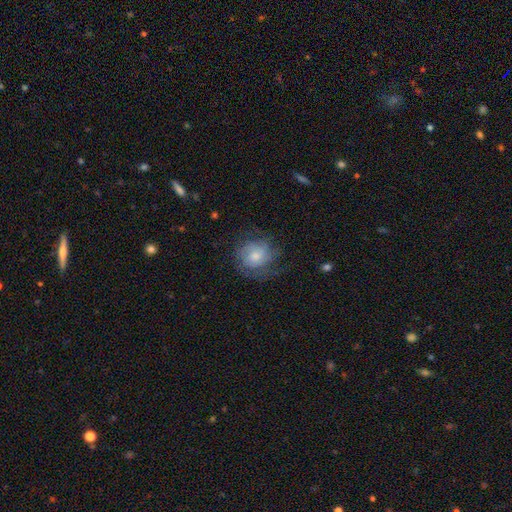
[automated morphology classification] A featured or disk galaxy (46%, tied with smooth). Merging: none (61%).